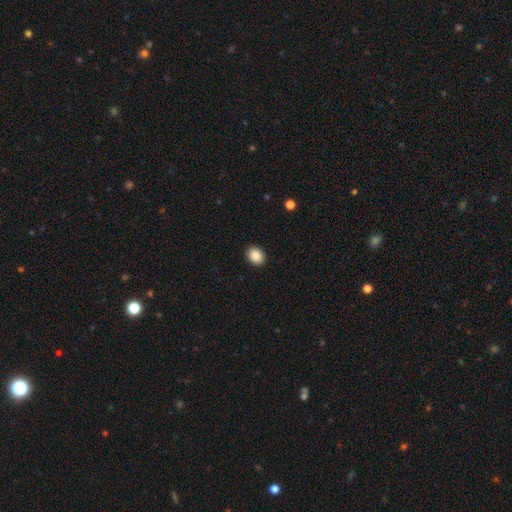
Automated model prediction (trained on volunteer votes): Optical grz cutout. It shows a smooth galaxy with no disk features (88%) that is in between round and cigar-shaped (54%). Merging: none (91%).